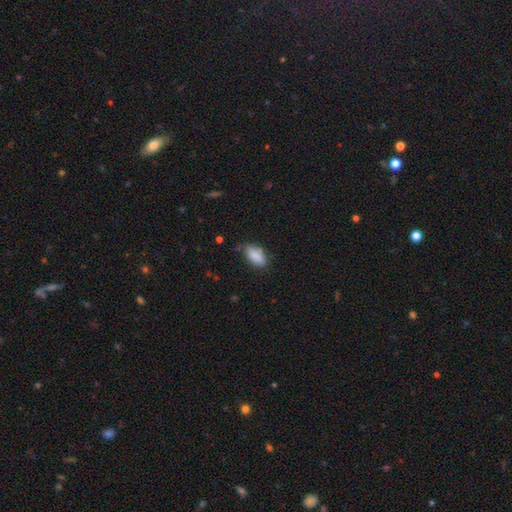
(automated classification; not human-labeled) smooth 86%, star or artifact 7%, featured or disk 7%. Down the decision tree: how rounded — in between (86%); merging — none (66%).